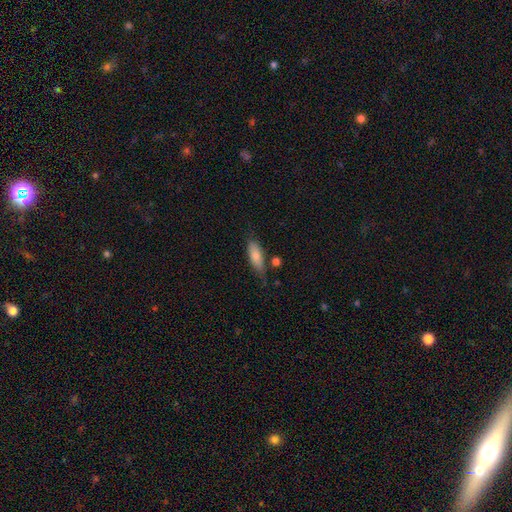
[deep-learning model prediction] Smooth or featured? smooth (78%)
How rounded? in between (66%)
Merging? none (65%)